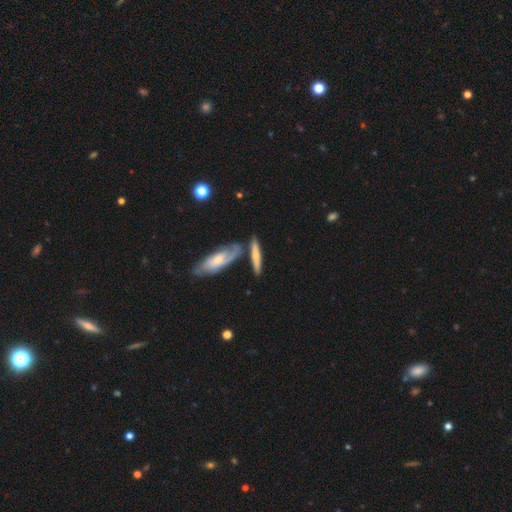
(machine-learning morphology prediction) A featured or disk galaxy (47%, tied with smooth).

Vote fractions:
- Smooth or featured? featured or disk: 47% (tied) / smooth: 47% (tied) / star or artifact: 6%
- Merging? none: 64% / merger: 18% / minor disturbance: 14% / major disturbance: 4%